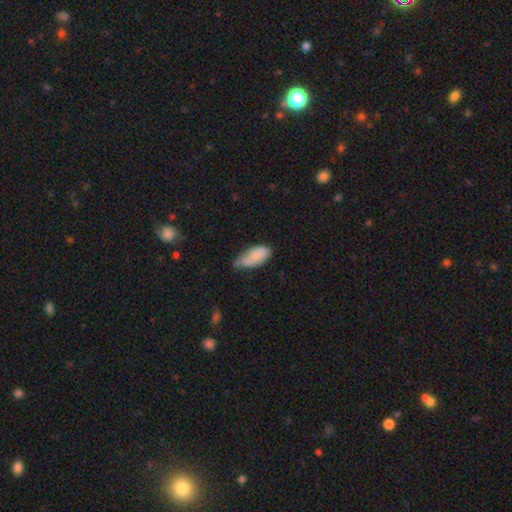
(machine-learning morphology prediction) This is likely a smooth galaxy (72%). How rounded: clearly in between (90%). Merging: possibly minor disturbance (46%).